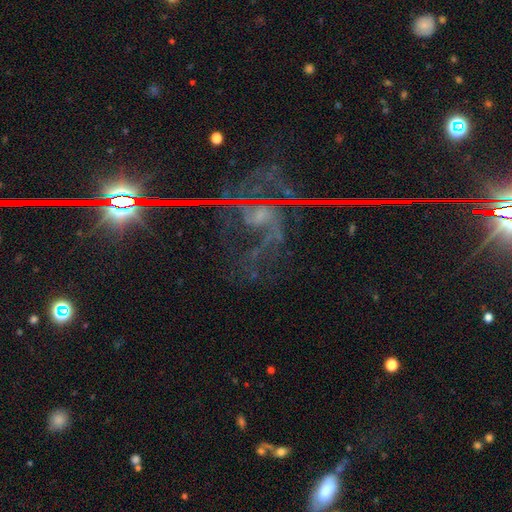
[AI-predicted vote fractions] Smooth or featured? Predicted: star or artifact (p=0.71).